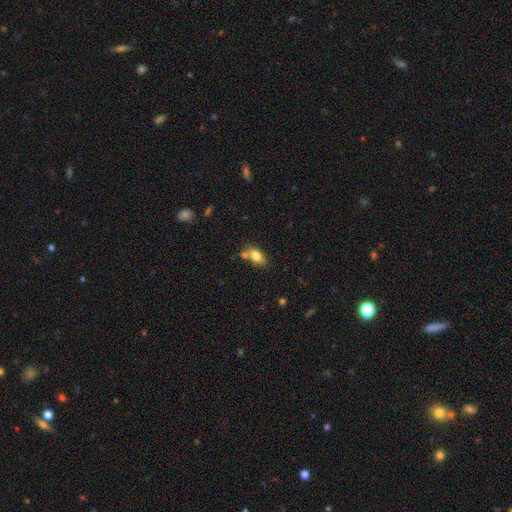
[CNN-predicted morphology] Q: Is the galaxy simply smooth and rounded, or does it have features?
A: smooth — 77%.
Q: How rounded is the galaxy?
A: in between — 86%.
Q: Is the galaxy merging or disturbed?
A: none — 51%.